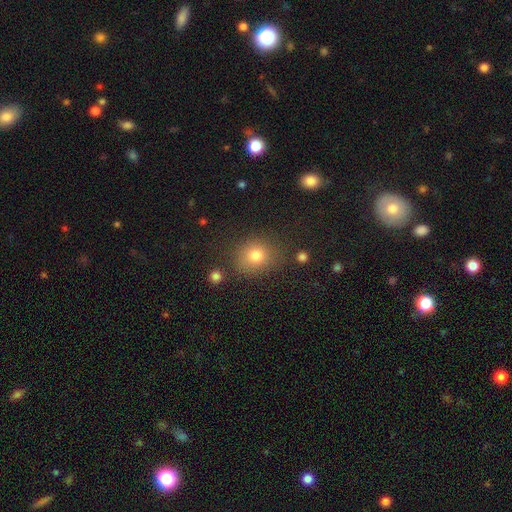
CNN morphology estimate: This appears to be a smooth galaxy with no disk features (79%) that is round (72%). Merging: none (79%).